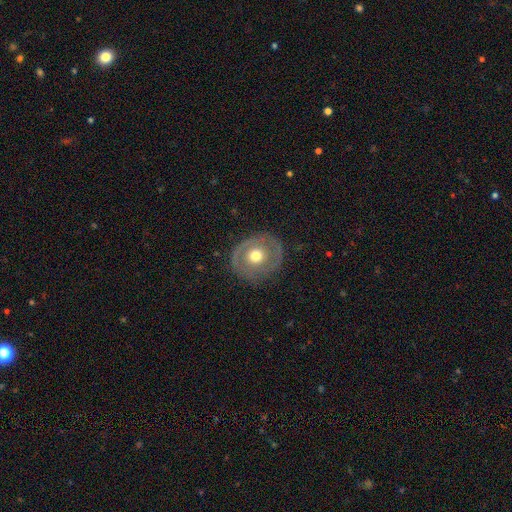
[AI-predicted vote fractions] The model was most divided on "smooth or featured": featured or disk: 51%, smooth: 42%, star or artifact: 6%. More confident: edge-on disk — no (94%); merging — none (79%).